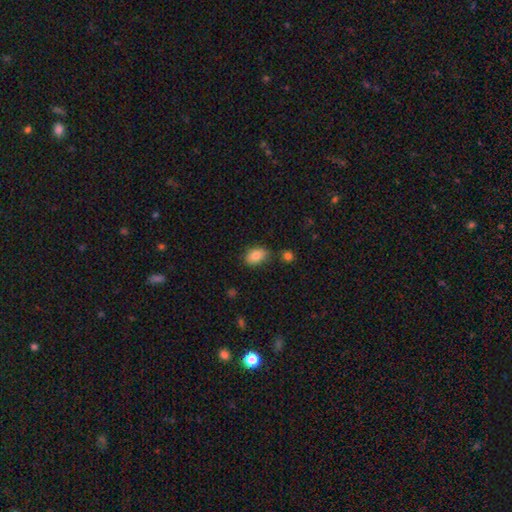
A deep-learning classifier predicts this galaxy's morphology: Smooth or featured? smooth (84%)
How rounded? in between (83%)
Merging? none (75%)